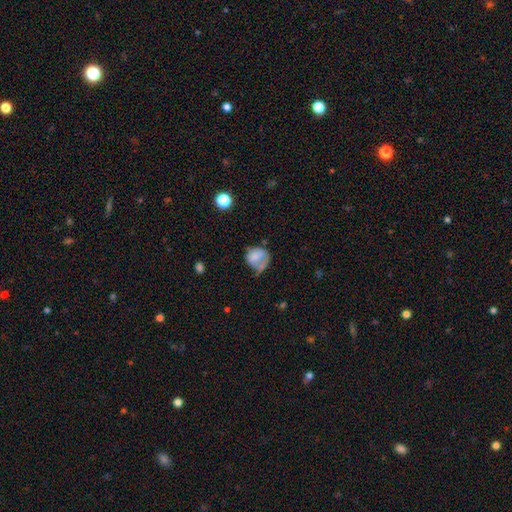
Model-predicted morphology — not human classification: Smooth or featured: smooth — 67% (featured or disk — 23%)
How rounded: round — 67% (in between — 32%)
Merging: none — 35% (minor disturbance — 31%)